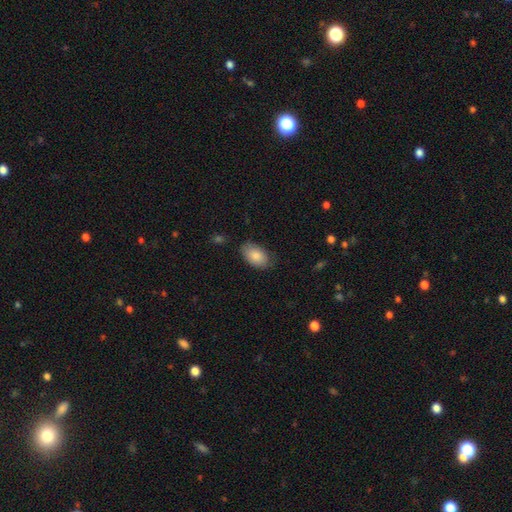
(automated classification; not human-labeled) smooth 84%, featured or disk 9%, star or artifact 6%. Down the decision tree: how rounded — in between (93%); merging — none (76%).